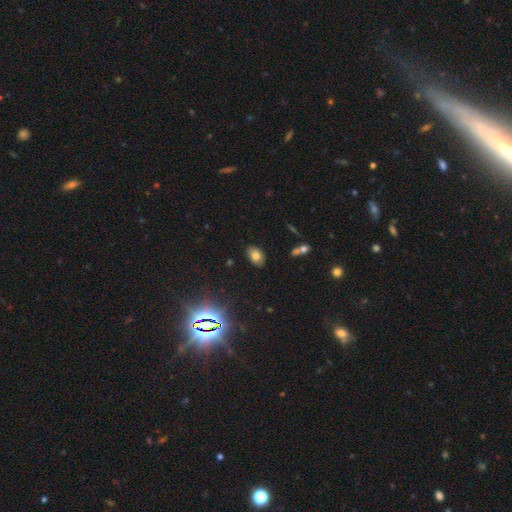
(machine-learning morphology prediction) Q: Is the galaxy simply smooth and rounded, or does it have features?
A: smooth — 74%.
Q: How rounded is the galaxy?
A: in between — 88%.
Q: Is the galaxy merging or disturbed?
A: none — 85%.